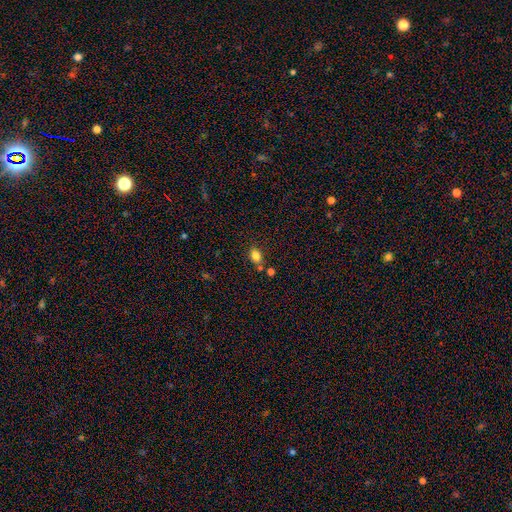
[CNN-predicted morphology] This is clearly a smooth galaxy (82%). How rounded: likely in between (73%). Merging: likely none (68%).